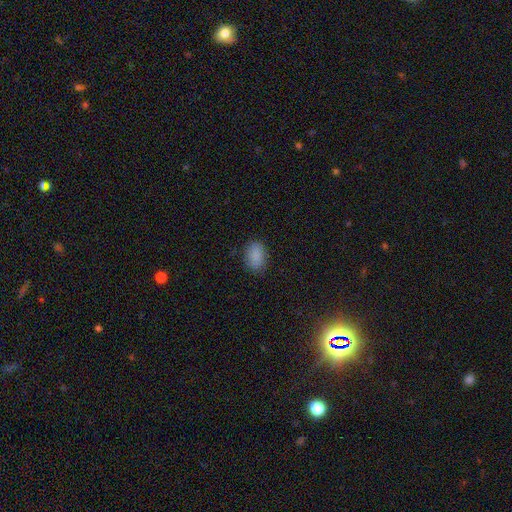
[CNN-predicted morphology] Smooth or featured: smooth — 88% (star or artifact — 8%)
How rounded: in between — 84% (round — 14%)
Merging: none — 83% (minor disturbance — 13%)